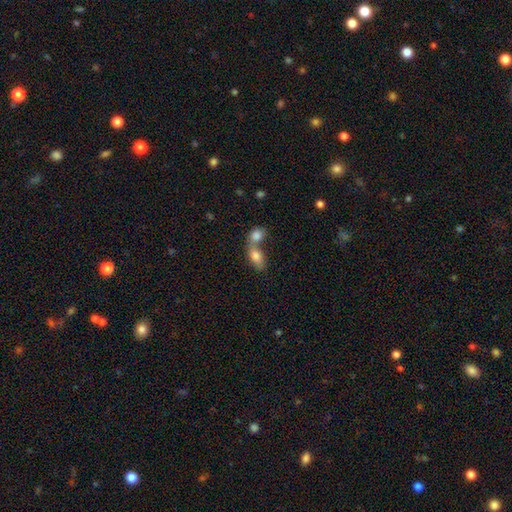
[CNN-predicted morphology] Smooth or featured: smooth — 80% (featured or disk — 12%)
How rounded: in between — 83% (round — 11%)
Merging: merger — 65% (none — 25%)